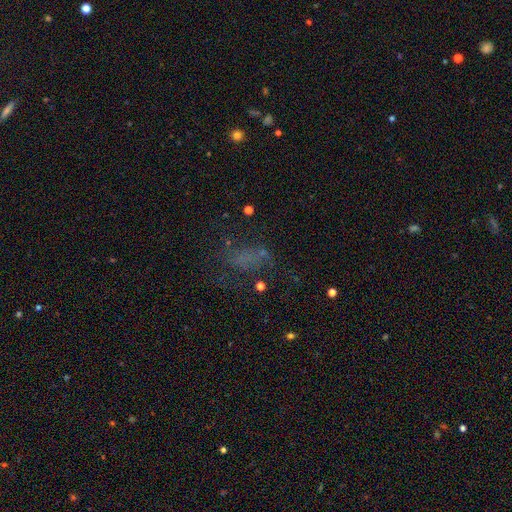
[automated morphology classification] smooth_or_featured: smooth (p=0.42) [alt: star or artifact p=0.30]
merging: none (p=0.44) [alt: major disturbance p=0.33]